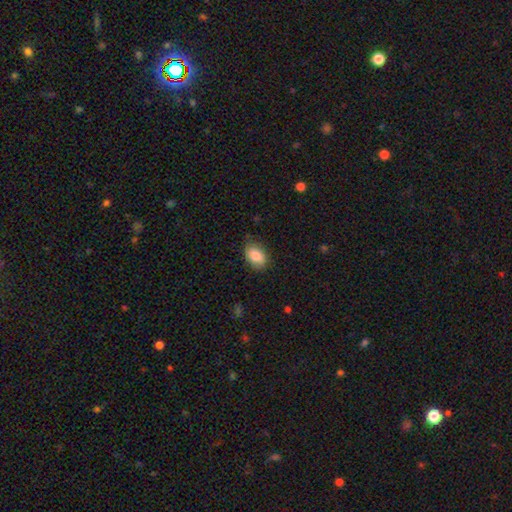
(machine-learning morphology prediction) A smooth galaxy with no disk features (85%) that is in between round and cigar-shaped (83%). Merging: none (79%).